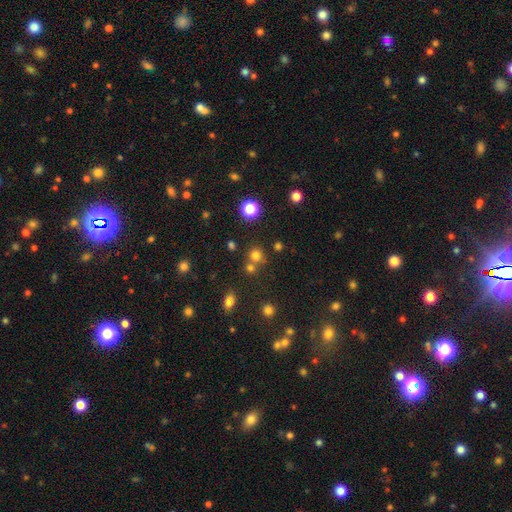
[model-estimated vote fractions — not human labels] A smooth galaxy with no disk features (71%) that is round (89%).

Vote fractions:
- Smooth or featured? smooth: 71% / star or artifact: 22% / featured or disk: 7%
- How rounded? round: 89% / in between: 10% / cigar-shaped: 1%
- Merging? none: 65% / merger: 25% / minor disturbance: 7% / major disturbance: 3%